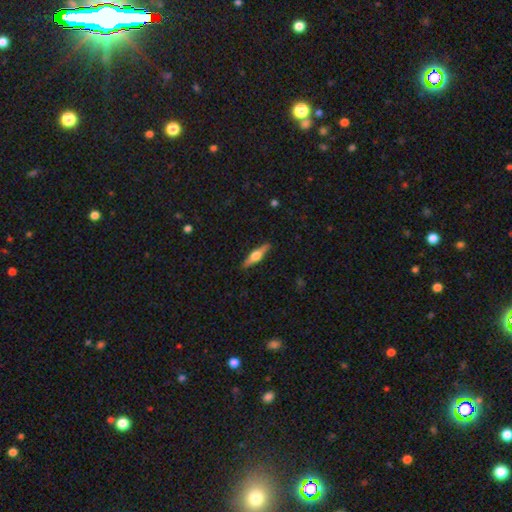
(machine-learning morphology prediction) Smooth or featured? featured or disk (64%)
Edge-on disk? yes (96%)
Edge-on bulge? rounded (93%)
Merging? none (89%)